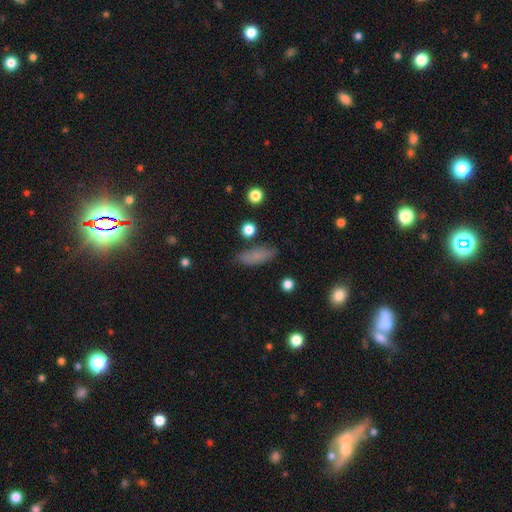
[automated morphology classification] A smooth galaxy with no disk features (81%) that is in between round and cigar-shaped (61%).

Vote fractions:
- Smooth or featured? smooth: 81% / featured or disk: 10% / star or artifact: 9%
- How rounded? in between: 61% / cigar-shaped: 35% / round: 4%
- Merging? none: 82% / minor disturbance: 12% / major disturbance: 3% / merger: 3%